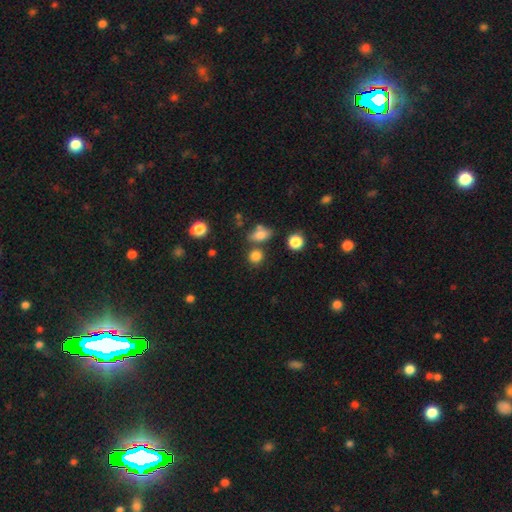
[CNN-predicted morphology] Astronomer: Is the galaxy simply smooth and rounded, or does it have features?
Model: smooth — 80%.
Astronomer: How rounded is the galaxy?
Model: round — 76%.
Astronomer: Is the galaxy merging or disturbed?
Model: none — 72%.